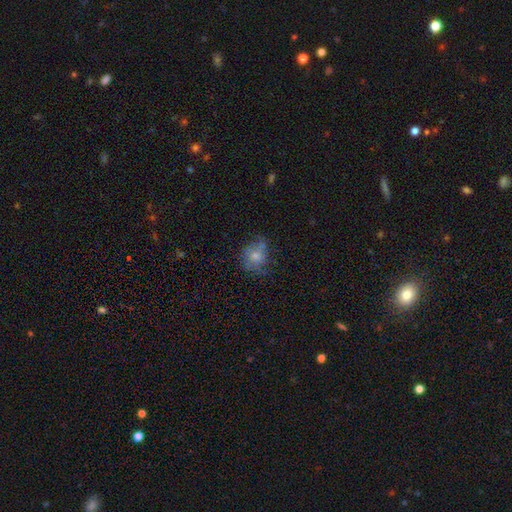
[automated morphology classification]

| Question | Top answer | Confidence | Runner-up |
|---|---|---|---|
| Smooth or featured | smooth | 66% | featured or disk (24%) |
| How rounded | round | 62% | in between (37%) |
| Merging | none | 54% | minor disturbance (28%) |